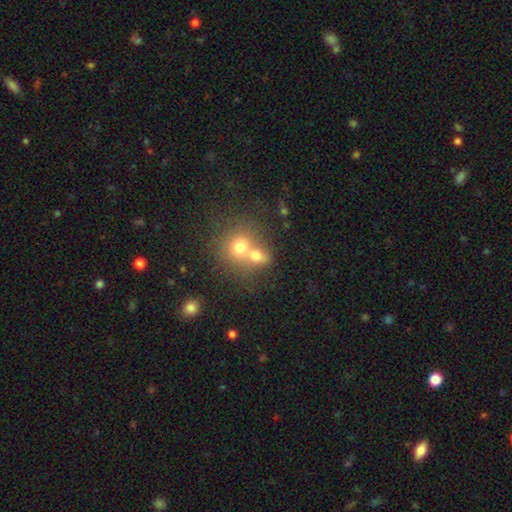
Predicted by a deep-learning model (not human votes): A smooth galaxy with no disk features (69%) that is round (66%). Merging: merger (62%).